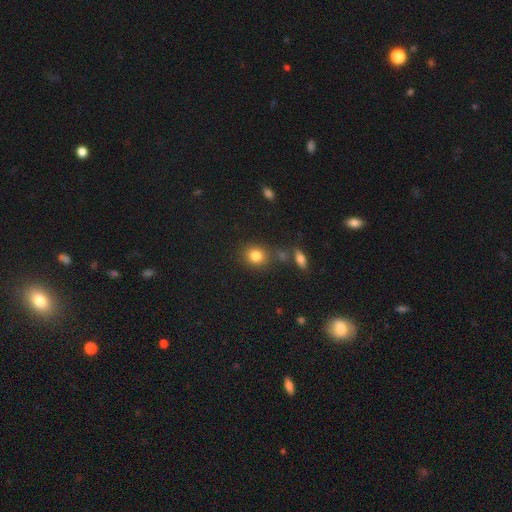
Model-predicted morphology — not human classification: Smooth or featured? Predicted: smooth (p=0.82). How rounded? Predicted: round (p=0.72). Merging? Predicted: none (p=0.77).